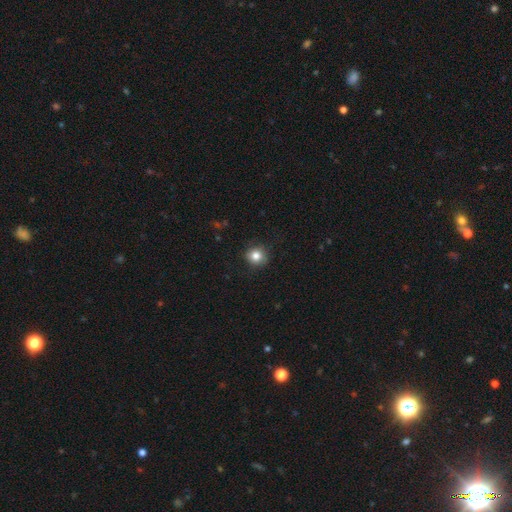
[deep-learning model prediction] smooth 83%, star or artifact 10%, featured or disk 7%. Down the decision tree: how rounded — round (90%); merging — none (86%).